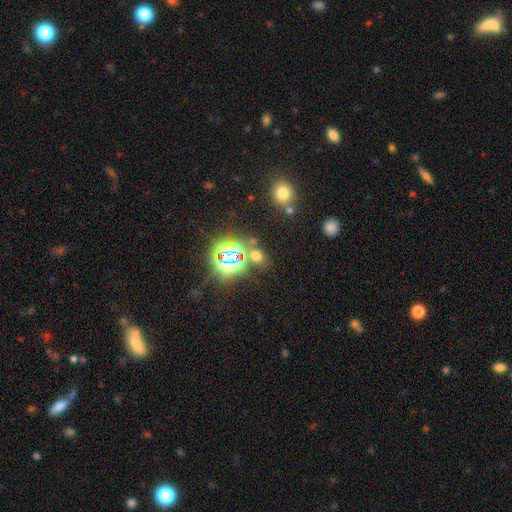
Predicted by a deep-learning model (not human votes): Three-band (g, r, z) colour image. It shows a star or artifact, not a galaxy (51%).